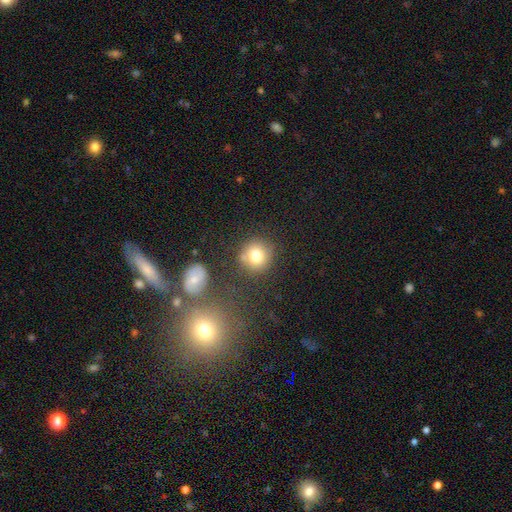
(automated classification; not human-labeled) This is likely a smooth galaxy (77%). How rounded: clearly round (90%). Merging: likely none (75%).